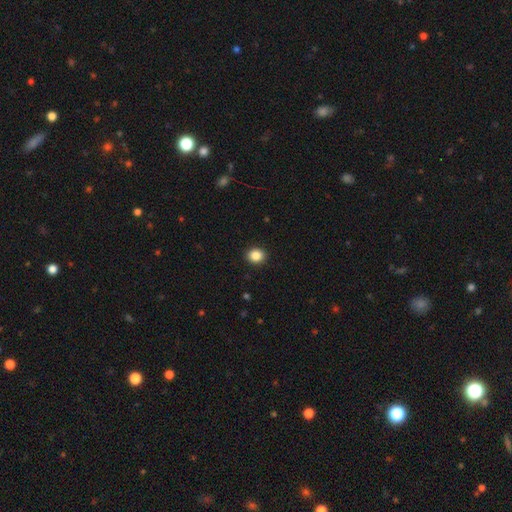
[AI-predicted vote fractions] Smooth or featured? Predicted: smooth (p=0.87). How rounded? Predicted: round (p=0.68). Merging? Predicted: none (p=0.92).